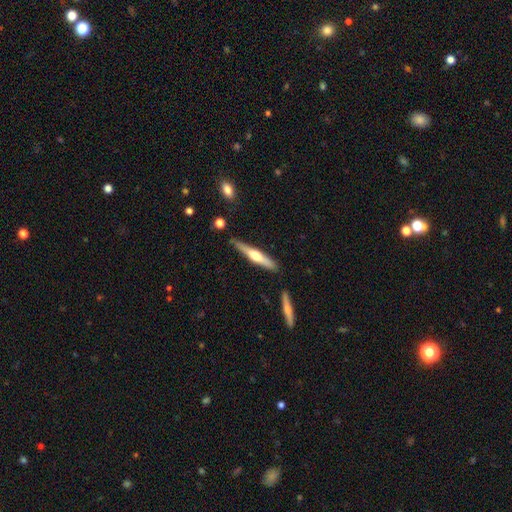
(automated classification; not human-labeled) A featured or disk galaxy (55%) viewed edge-on (96%) with a rounded central bulge (85%).

Vote fractions:
- Smooth or featured? featured or disk: 55% / smooth: 40% / star or artifact: 5%
- Edge-on disk? yes: 96% / no: 4%
- Edge-on bulge? rounded: 85% / none: 8% / boxy: 7%
- Merging? none: 82% / minor disturbance: 12% / merger: 4% / major disturbance: 2%